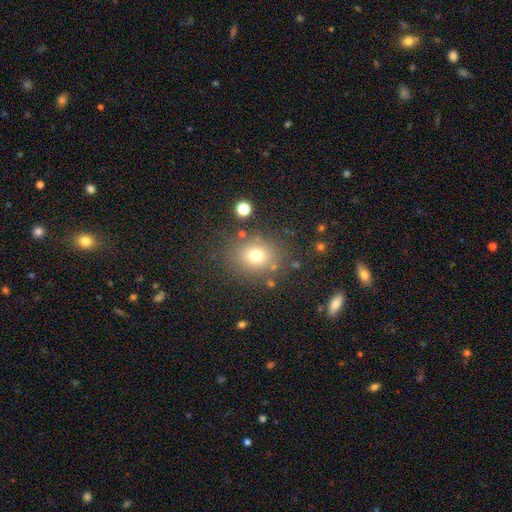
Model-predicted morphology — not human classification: smooth_or_featured: smooth (p=0.72) [alt: star or artifact p=0.16]
how_rounded: round (p=0.65) [alt: in between p=0.34]
merging: none (p=0.78) [alt: minor disturbance p=0.12]